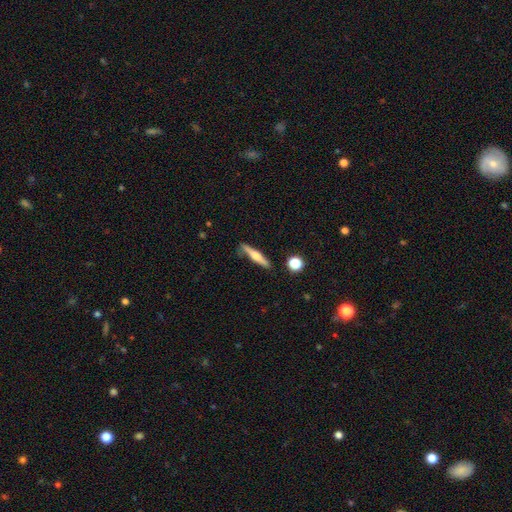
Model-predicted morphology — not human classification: Overall: featured or disk (53%; smooth 40%). Edge-on disk: yes (96%). Edge-on bulge: rounded (85%). Merging: none (84%).